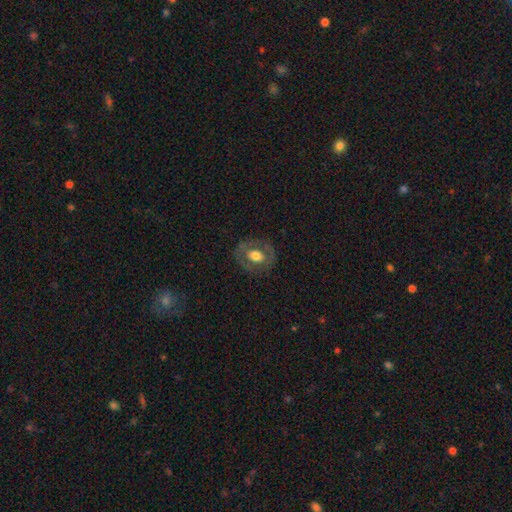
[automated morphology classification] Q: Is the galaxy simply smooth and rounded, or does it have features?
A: featured or disk — 49%.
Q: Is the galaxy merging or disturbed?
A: none — 77%.